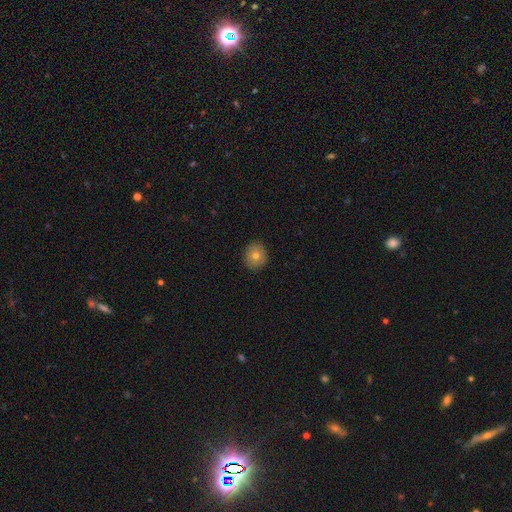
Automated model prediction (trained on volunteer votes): smooth_or_featured: smooth (p=0.74) [alt: featured or disk p=0.16]
how_rounded: round (p=0.87) [alt: in between p=0.12]
merging: none (p=0.90) [alt: minor disturbance p=0.07]